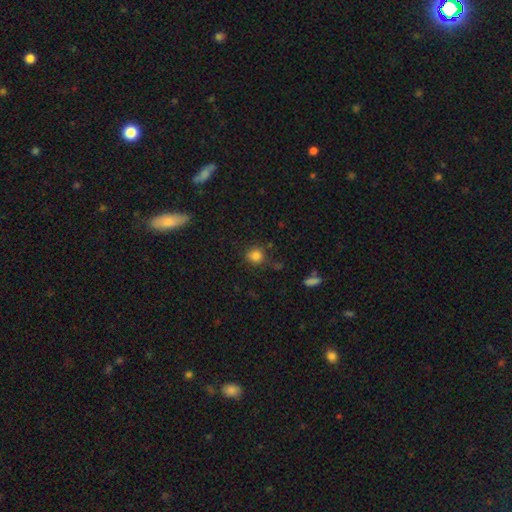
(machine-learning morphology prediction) The model was most divided on "merging": none: 80%, minor disturbance: 12%, major disturbance: 4%, merger: 4%. More confident: how rounded — round (89%); smooth or featured — smooth (83%).